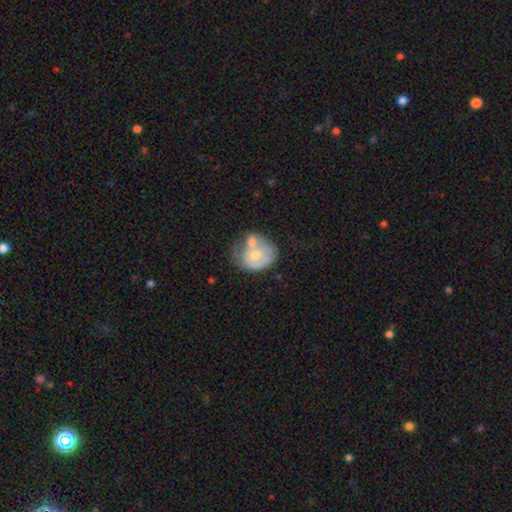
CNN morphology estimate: Q: Smooth or featured?
A: smooth (51%); runner-up: featured or disk (42%)
Q: How rounded?
A: round (61%); runner-up: in between (38%)
Q: Merging?
A: merger (48%); runner-up: none (23%)